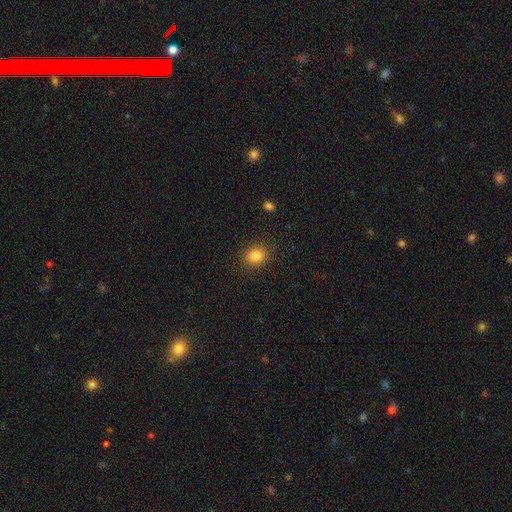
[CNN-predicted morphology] smooth_or_featured: smooth (p=0.83) [alt: star or artifact p=0.11]
how_rounded: round (p=0.54) [alt: in between p=0.45]
merging: none (p=0.87) [alt: minor disturbance p=0.09]